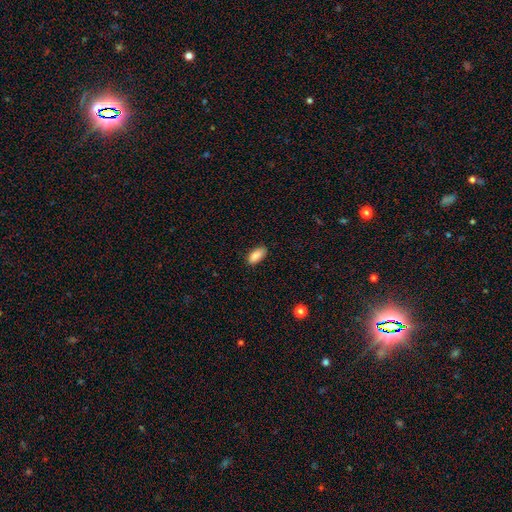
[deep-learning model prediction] This is clearly a smooth galaxy (88%). How rounded: clearly in between (89%). Merging: clearly none (83%).